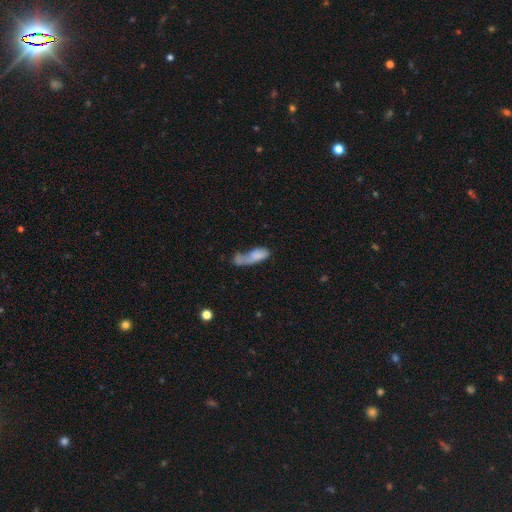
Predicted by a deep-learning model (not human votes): Q: Smooth or featured?
A: smooth (69%); runner-up: featured or disk (23%)
Q: How rounded?
A: in between (70%); runner-up: cigar-shaped (26%)
Q: Merging?
A: major disturbance (32%); runner-up: merger (29%)